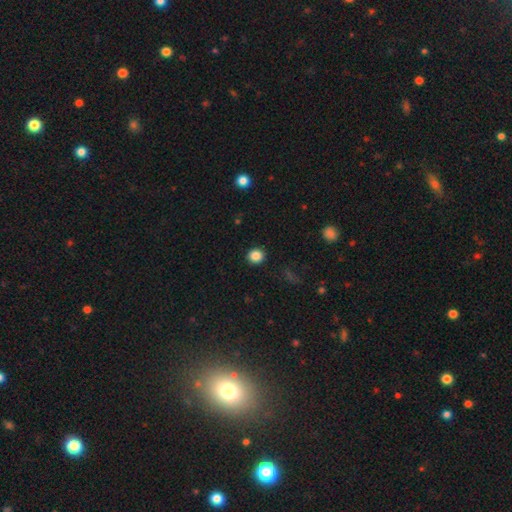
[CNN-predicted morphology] smooth 86%, star or artifact 10%, featured or disk 4%. Down the decision tree: how rounded — round (87%); merging — none (92%).